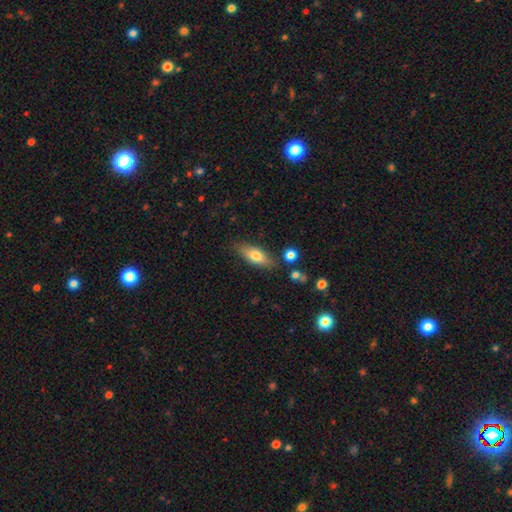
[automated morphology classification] A smooth galaxy with no disk features (67%) that is in between round and cigar-shaped (67%). Merging: none (79%).